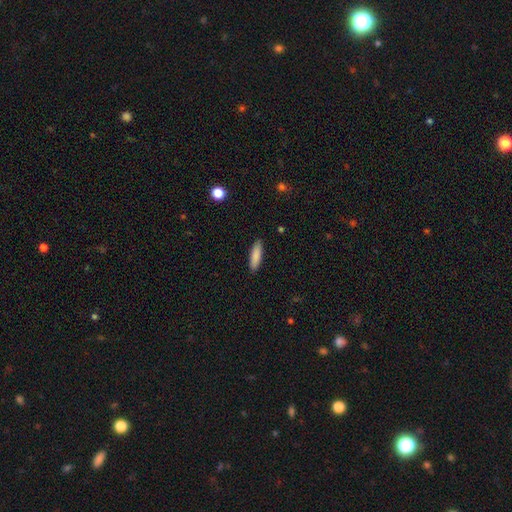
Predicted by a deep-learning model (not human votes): Overall: smooth (87%). How rounded: cigar-shaped (65%; in between 34%). Merging: none (90%).